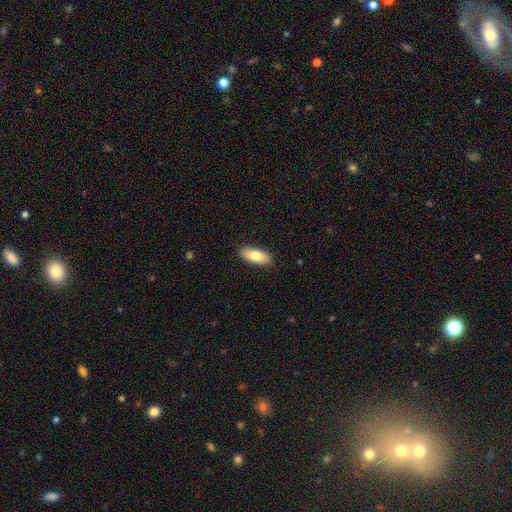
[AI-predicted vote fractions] Smooth or featured? Predicted: smooth (p=0.79). How rounded? Predicted: in between (p=0.82). Merging? Predicted: none (p=0.89).